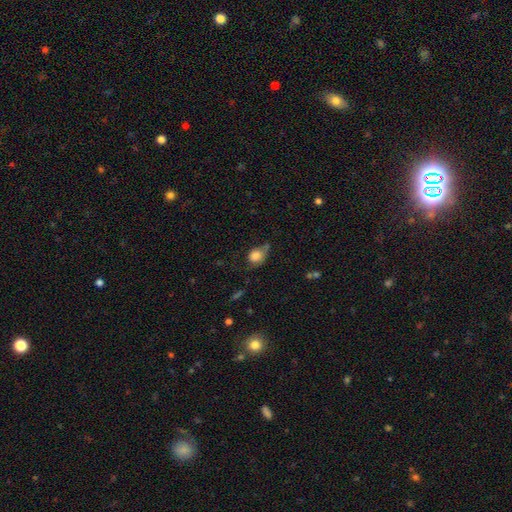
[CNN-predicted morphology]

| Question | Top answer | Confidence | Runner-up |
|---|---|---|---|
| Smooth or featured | smooth | 81% | featured or disk (10%) |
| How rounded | round | 52% | in between (47%) |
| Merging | none | 38% | minor disturbance (36%) |